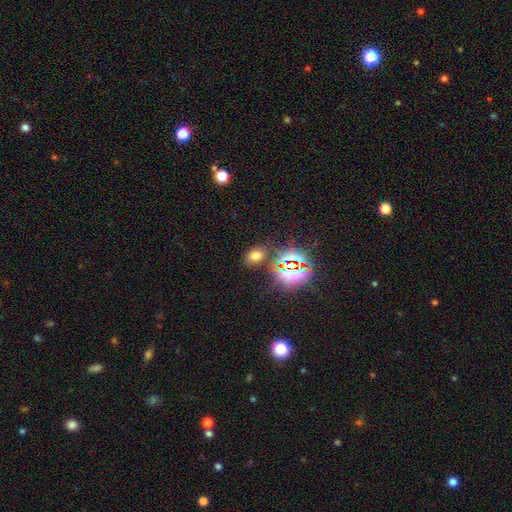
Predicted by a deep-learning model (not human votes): A smooth galaxy with no disk features (59%) that is in between round and cigar-shaped (81%).

Vote fractions:
- Smooth or featured? smooth: 59% / star or artifact: 33% / featured or disk: 8%
- How rounded? in between: 81% / round: 17% / cigar-shaped: 2%
- Merging? none: 78% / minor disturbance: 12% / merger: 5% / major disturbance: 4%